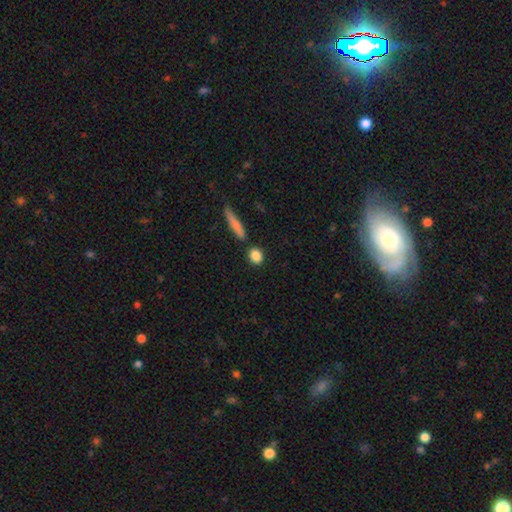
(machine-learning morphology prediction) A smooth galaxy with no disk features (86%) that is round (55%). Merging: none (81%).